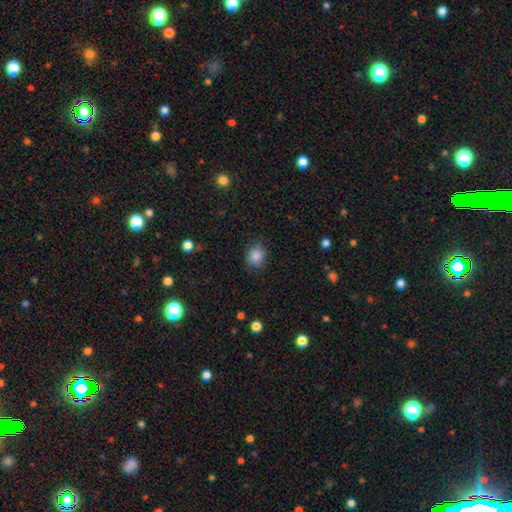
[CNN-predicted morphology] A smooth galaxy with no disk features (85%) that is round (58%).

Vote fractions:
- Smooth or featured? smooth: 85% / star or artifact: 9% / featured or disk: 6%
- How rounded? round: 58% / in between: 41% / cigar-shaped: 1%
- Merging? none: 78% / minor disturbance: 17% / major disturbance: 4% / merger: 1%